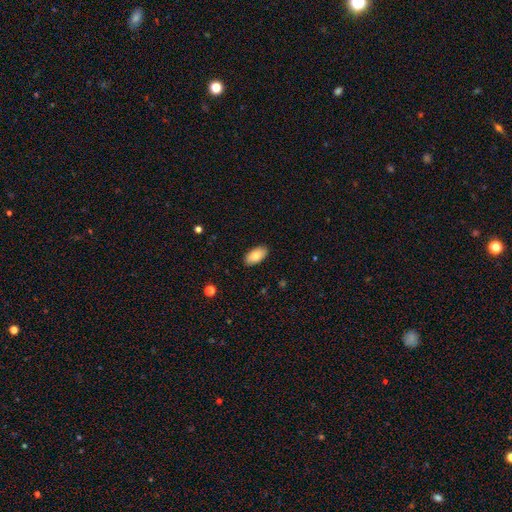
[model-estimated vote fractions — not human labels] Smooth or featured? Predicted: smooth (p=0.85). How rounded? Predicted: in between (p=0.94). Merging? Predicted: none (p=0.88).